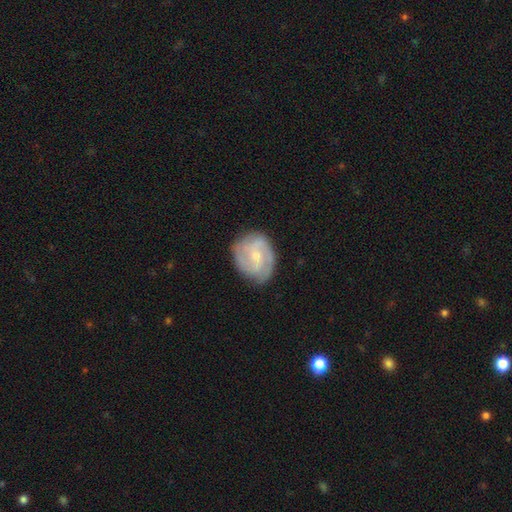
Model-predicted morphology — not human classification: This appears to be a featured or disk galaxy (81%) with no bar (49%), 3 (36%) tight (48%) spiral arms (96%) and a small central bulge (68%). Merging: none (79%).